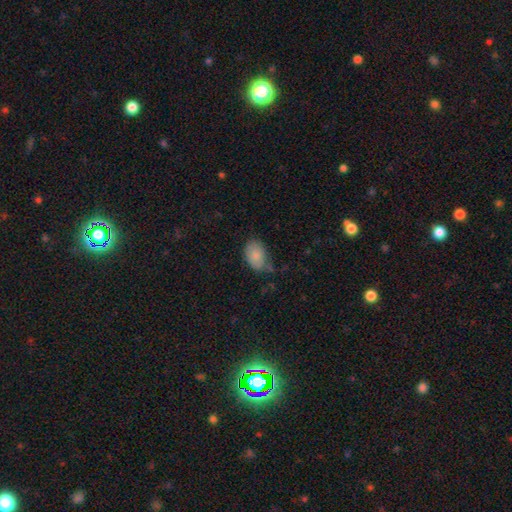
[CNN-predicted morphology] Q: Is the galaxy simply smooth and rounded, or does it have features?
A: smooth — 84%.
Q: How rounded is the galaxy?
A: in between — 87%.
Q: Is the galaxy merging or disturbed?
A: none — 60%.